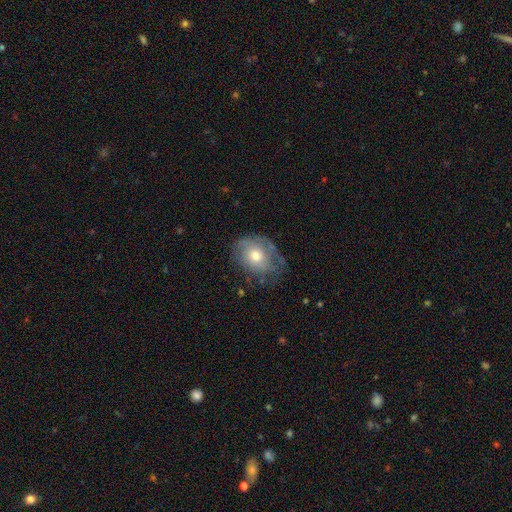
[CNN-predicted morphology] This appears to be a smooth galaxy with no disk features (49%). Merging: none (52%).